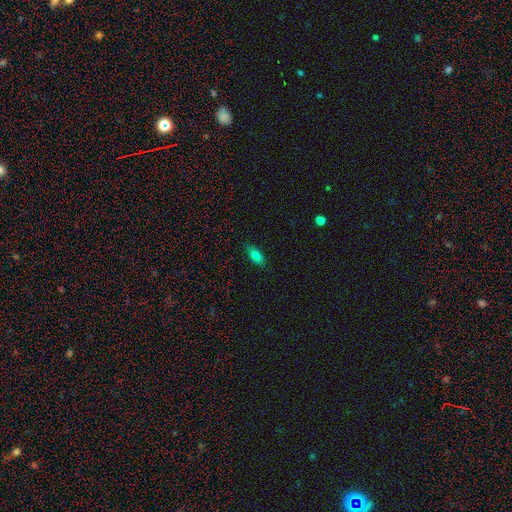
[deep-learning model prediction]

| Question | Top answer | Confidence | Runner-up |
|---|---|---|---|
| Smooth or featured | smooth | 77% | featured or disk (14%) |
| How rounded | in between | 78% | cigar-shaped (18%) |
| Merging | none | 83% | minor disturbance (14%) |